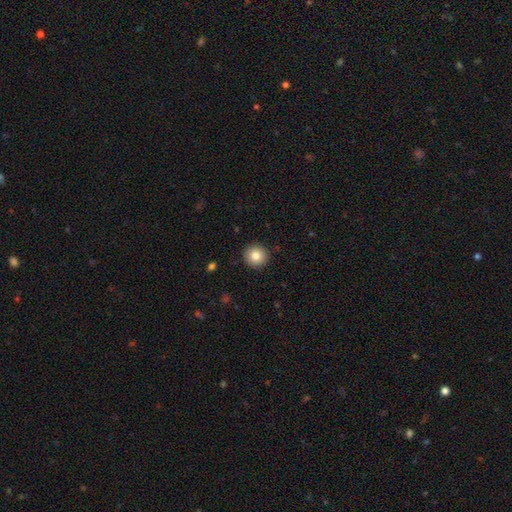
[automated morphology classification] A smooth galaxy with no disk features (83%) that is round (93%). Merging: none (92%).